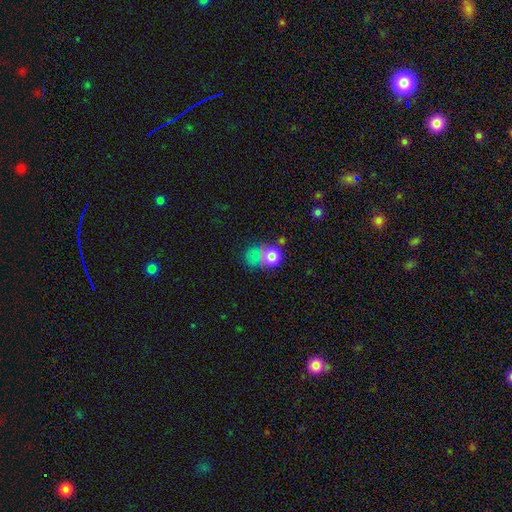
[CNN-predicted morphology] smooth-or-featured: smooth: 69% | featured or disk: 16% | star or artifact: 14%
  how-rounded: round: 66% | in between: 33% | cigar-shaped: 1%
  merging: none: 37% | merger: 28% | minor disturbance: 18% | major disturbance: 17%